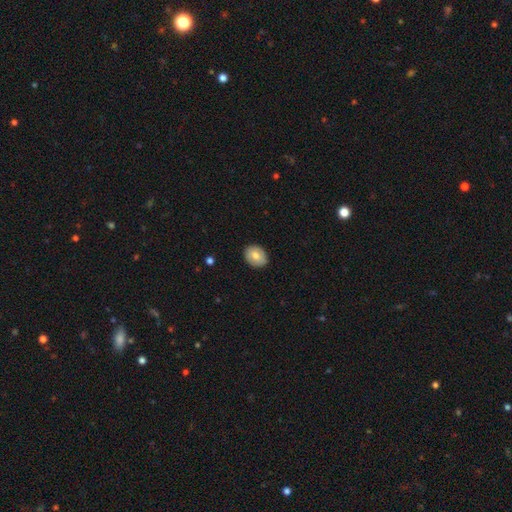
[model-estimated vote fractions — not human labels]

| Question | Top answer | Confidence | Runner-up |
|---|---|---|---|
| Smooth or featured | smooth | 75% | featured or disk (18%) |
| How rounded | in between | 58% | round (41%) |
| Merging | none | 89% | minor disturbance (8%) |